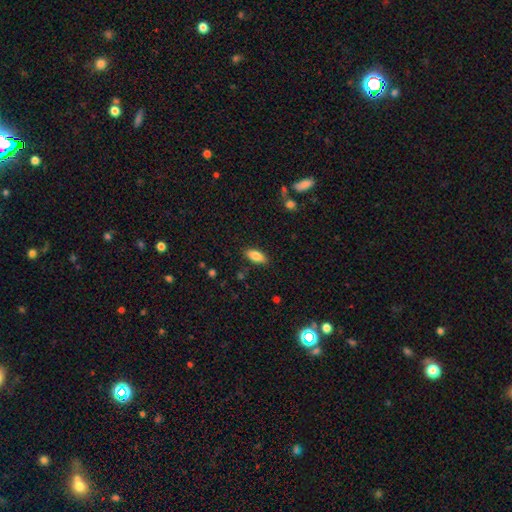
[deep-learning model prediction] A smooth galaxy with no disk features (85%) that is in between round and cigar-shaped (85%). Merging: none (86%).